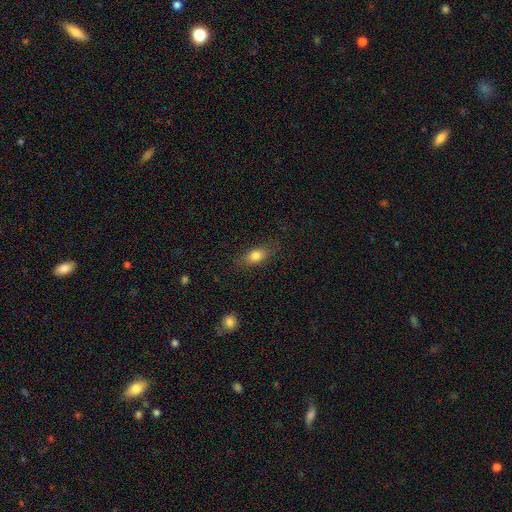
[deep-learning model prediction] A smooth galaxy with no disk features (80%) that is in between round and cigar-shaped (79%).

Vote fractions:
- Smooth or featured? smooth: 80% / featured or disk: 12% / star or artifact: 8%
- How rounded? in between: 79% / round: 11% / cigar-shaped: 10%
- Merging? none: 78% / minor disturbance: 16% / major disturbance: 5% / merger: 1%